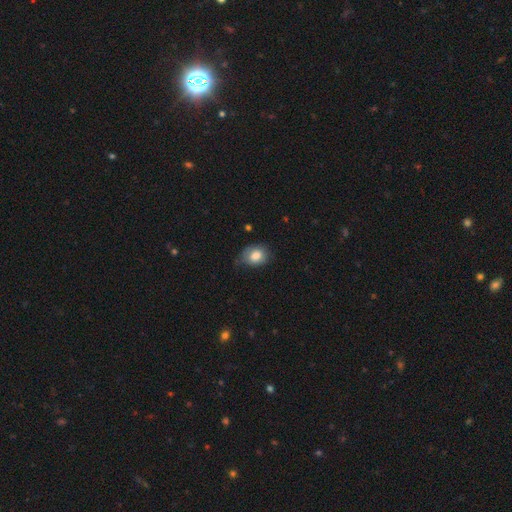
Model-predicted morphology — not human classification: A smooth galaxy with no disk features (80%) that is in between round and cigar-shaped (60%).

Vote fractions:
- Smooth or featured? smooth: 80% / featured or disk: 12% / star or artifact: 8%
- How rounded? in between: 60% / round: 39% / cigar-shaped: 1%
- Merging? none: 54% / minor disturbance: 33% / major disturbance: 10% / merger: 2%